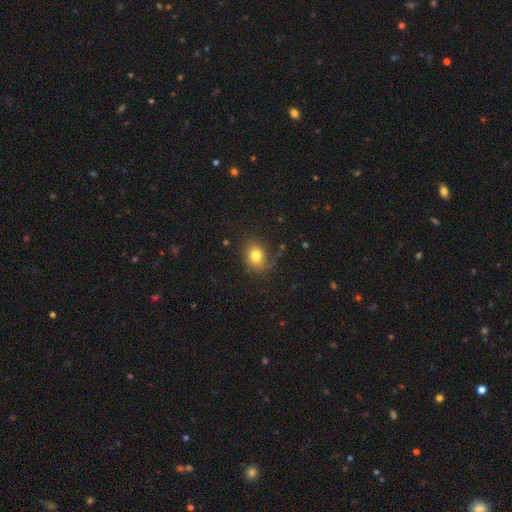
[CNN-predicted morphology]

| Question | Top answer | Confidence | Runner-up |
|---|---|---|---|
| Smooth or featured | smooth | 79% | star or artifact (12%) |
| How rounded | round | 59% | in between (40%) |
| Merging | none | 75% | minor disturbance (17%) |